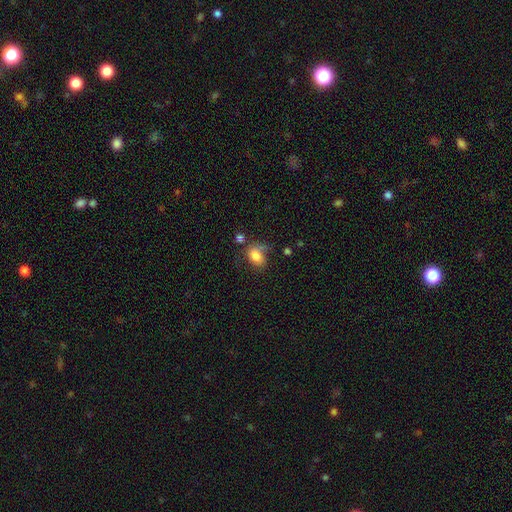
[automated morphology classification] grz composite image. It shows a smooth galaxy with no disk features (78%) that is in between round and cigar-shaped (74%). Merging: none (45%).